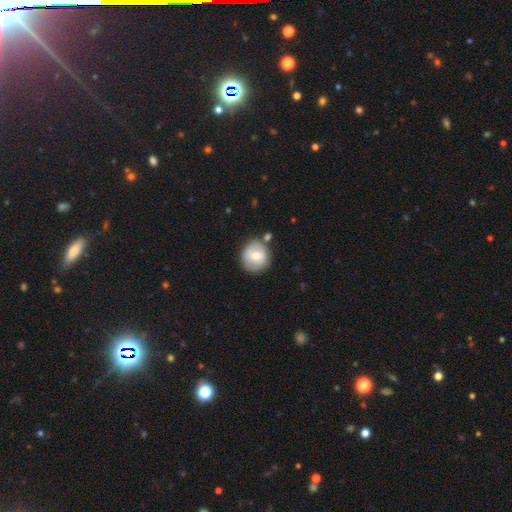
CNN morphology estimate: The model was most divided on "smooth or featured": smooth: 64%, featured or disk: 28%, star or artifact: 8%. More confident: how rounded — round (90%); merging — none (75%).